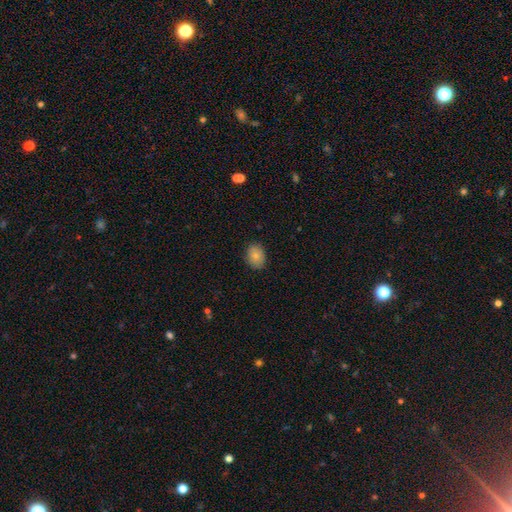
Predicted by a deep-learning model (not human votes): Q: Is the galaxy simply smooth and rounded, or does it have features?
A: smooth — 82%.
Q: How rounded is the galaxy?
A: in between — 64%.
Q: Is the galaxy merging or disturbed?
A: none — 85%.